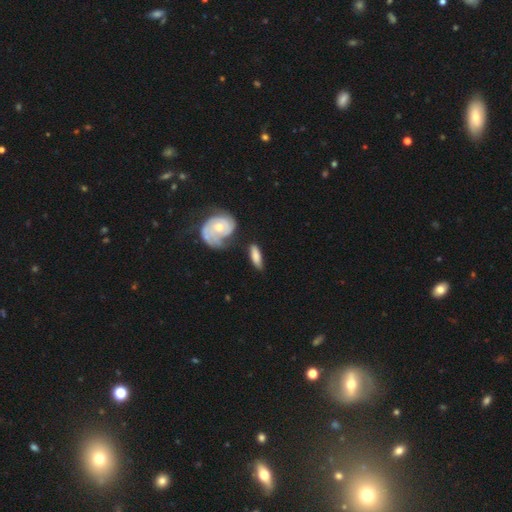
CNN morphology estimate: A smooth galaxy with no disk features (61%) that is in between round and cigar-shaped (56%). Merging: none (59%).